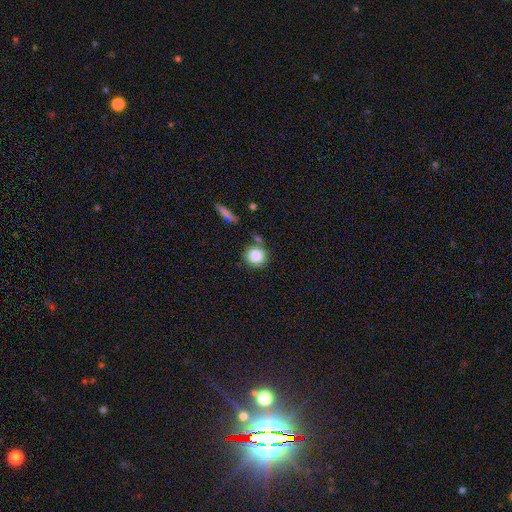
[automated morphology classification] smooth_or_featured: smooth (p=0.84) [alt: star or artifact p=0.09]
how_rounded: round (p=0.91) [alt: in between p=0.08]
merging: none (p=0.75) [alt: minor disturbance p=0.12]